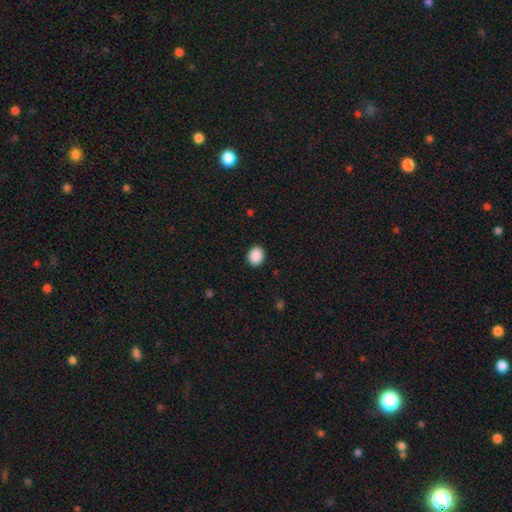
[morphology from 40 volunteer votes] A smooth galaxy with no disk features (95%) that is round (63%). Merging: none (82%).